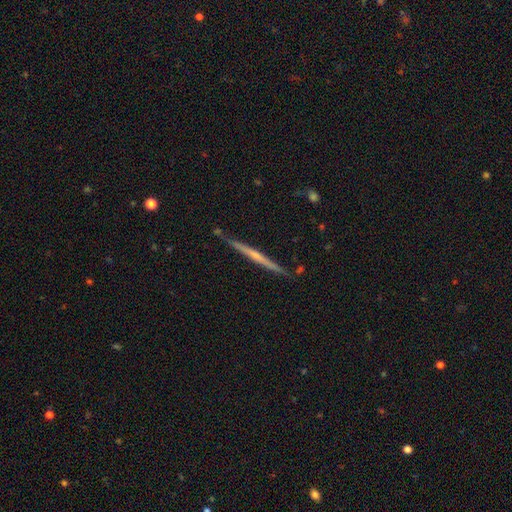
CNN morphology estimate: Smooth or featured? Predicted: featured or disk (p=0.69). Edge-on disk? Predicted: yes (p=0.98). Edge-on bulge? Predicted: none (p=0.53). Merging? Predicted: none (p=0.86).